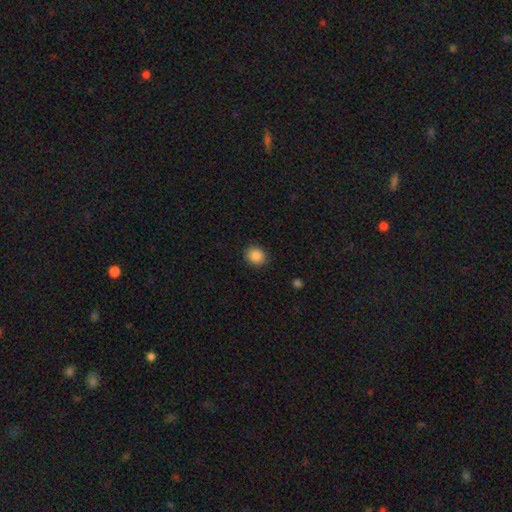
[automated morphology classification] type=smooth (88%); roundness=round (74%); merging=none (90%).